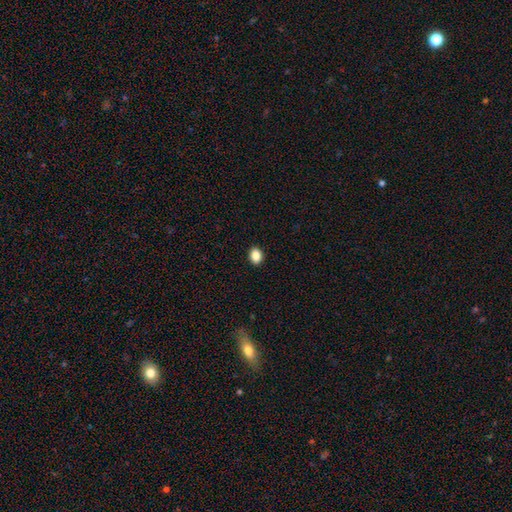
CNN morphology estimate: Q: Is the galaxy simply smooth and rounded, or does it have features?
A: smooth — 86%.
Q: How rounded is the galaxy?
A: in between — 56%.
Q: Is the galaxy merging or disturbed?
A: none — 91%.